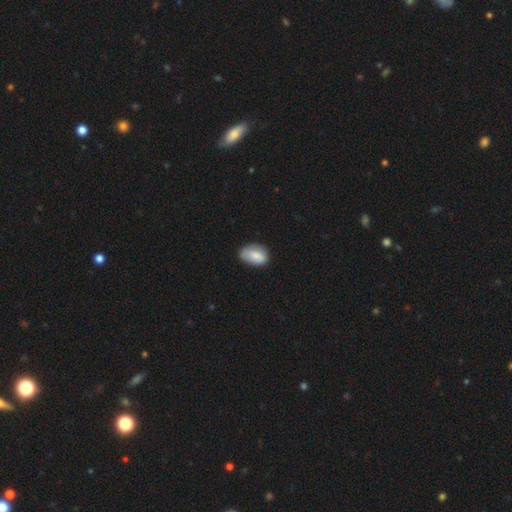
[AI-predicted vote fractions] Smooth or featured?
  - smooth: 82% *
  - featured or disk: 11%
  - star or artifact: 7%
How rounded?
  - in between: 89% *
  - round: 10%
  - cigar-shaped: 1%
Merging?
  - none: 67% *
  - minor disturbance: 26%
  - major disturbance: 5%
  - merger: 1%